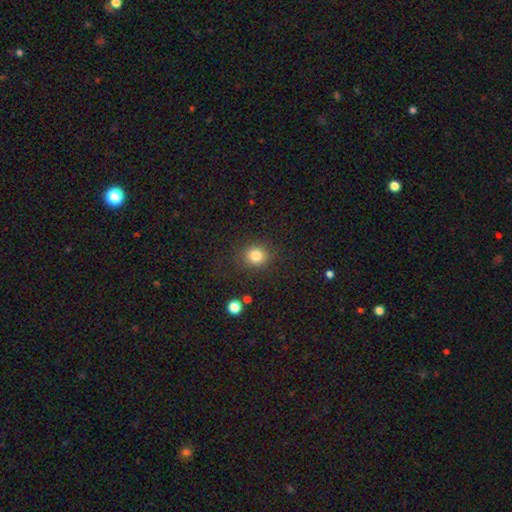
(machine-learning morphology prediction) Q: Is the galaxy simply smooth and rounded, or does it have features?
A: smooth — 83%.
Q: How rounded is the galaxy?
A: round — 84%.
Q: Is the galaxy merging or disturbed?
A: none — 86%.